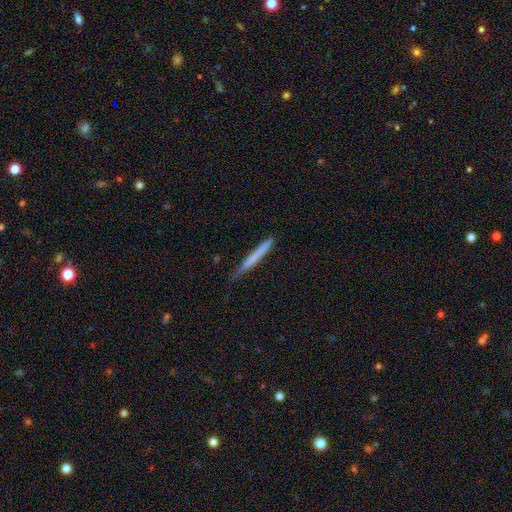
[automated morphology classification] A smooth galaxy with no disk features (63%) that is cigar-shaped (97%).

Vote fractions:
- Smooth or featured? smooth: 63% / featured or disk: 32% / star or artifact: 6%
- How rounded? cigar-shaped: 97% / in between: 2% / round: 1%
- Merging? none: 82% / minor disturbance: 14% / major disturbance: 2% / merger: 1%